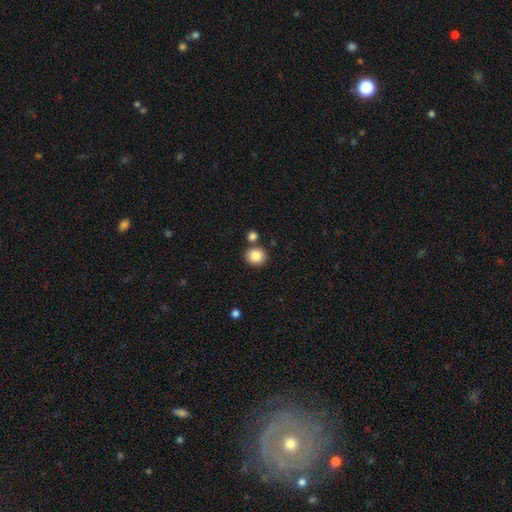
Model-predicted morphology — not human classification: smooth 86%, star or artifact 9%, featured or disk 5%. Down the decision tree: how rounded — round (86%); merging — none (77%).